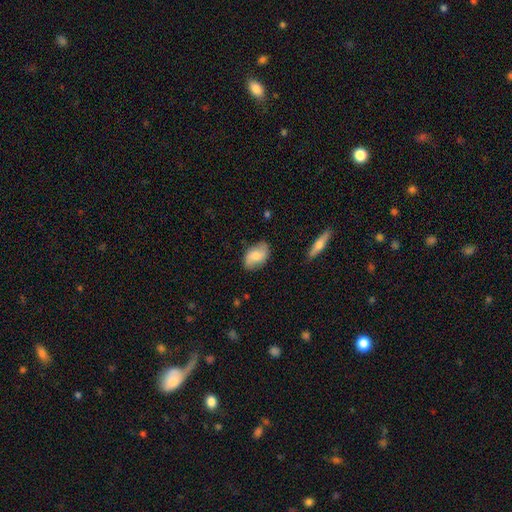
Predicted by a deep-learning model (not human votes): smooth_or_featured: smooth (p=0.62) [alt: featured or disk p=0.31]
how_rounded: in between (p=0.88) [alt: round p=0.10]
merging: none (p=0.79) [alt: minor disturbance p=0.17]